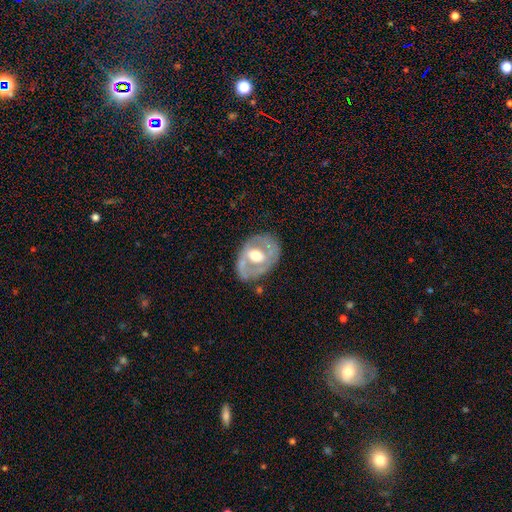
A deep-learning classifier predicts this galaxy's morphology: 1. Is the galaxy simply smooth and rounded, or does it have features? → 67% featured or disk, 27% smooth, 5% star or artifact.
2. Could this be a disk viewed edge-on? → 94% no, 6% yes.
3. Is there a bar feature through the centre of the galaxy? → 52% no, 32% weak, 16% strong.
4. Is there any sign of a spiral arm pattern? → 63% no, 37% yes.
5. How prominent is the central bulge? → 64% moderate, 27% large, 6% small, 2% dominant, 1% none.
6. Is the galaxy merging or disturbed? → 68% none, 20% minor disturbance, 9% major disturbance, 3% merger.